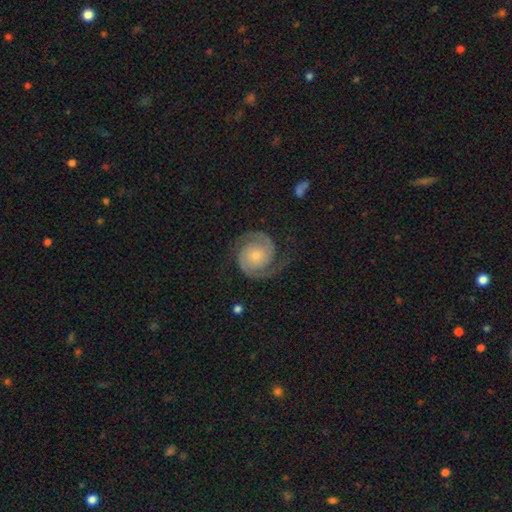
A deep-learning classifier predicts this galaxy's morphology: Q: Smooth or featured?
A: featured or disk (90%); runner-up: smooth (5%)
Q: Edge-on disk?
A: no (98%); runner-up: yes (2%)
Q: Bar?
A: no (77%); runner-up: weak (18%)
Q: Spiral arms?
A: yes (98%); runner-up: no (2%)
Q: Spiral winding?
A: tight (48%); runner-up: medium (41%)
Q: Spiral arm count?
A: 2 (94%); runner-up: can't tell (2%)
Q: Bulge size?
A: small (59%); runner-up: moderate (32%)
Q: Merging?
A: none (77%); runner-up: minor disturbance (13%)